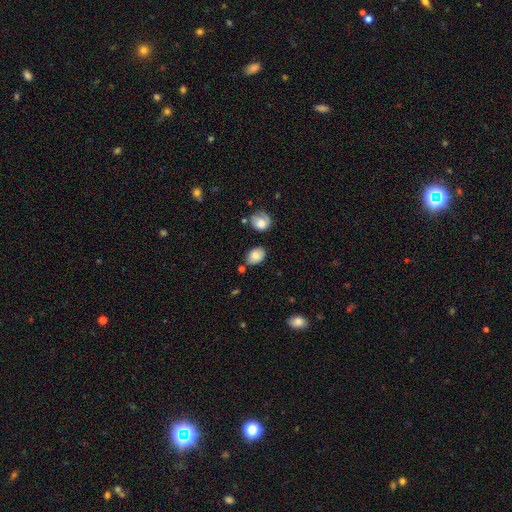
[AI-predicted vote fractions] Smooth or featured?
  - smooth: 80% *
  - featured or disk: 11%
  - star or artifact: 9%
How rounded?
  - in between: 76% *
  - round: 23%
  - cigar-shaped: 1%
Merging?
  - none: 72% *
  - minor disturbance: 18%
  - merger: 6%
  - major disturbance: 4%